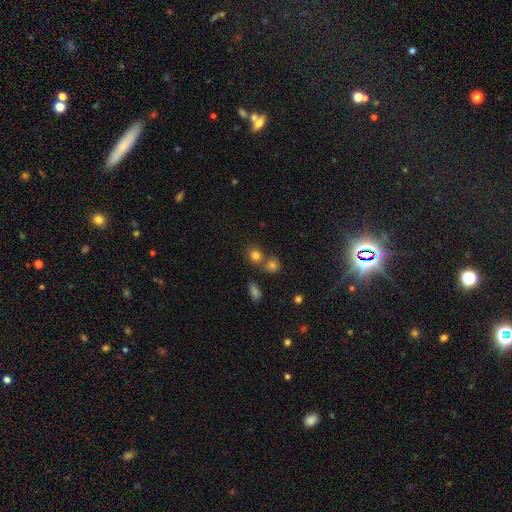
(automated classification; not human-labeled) The model was most divided on "merging": none: 59%, merger: 28%, minor disturbance: 9%, major disturbance: 3%. More confident: smooth or featured — smooth (79%); how rounded — round (76%).